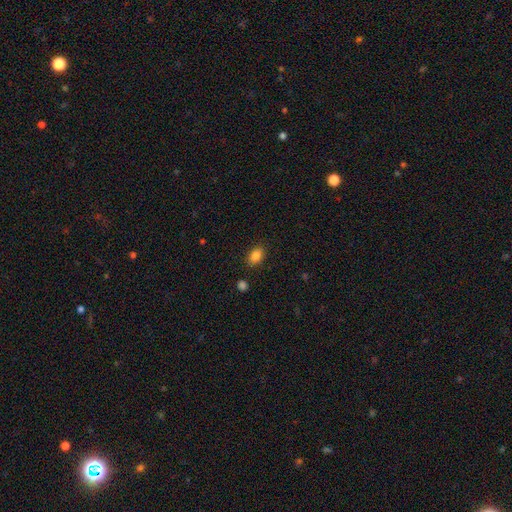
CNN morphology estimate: This appears to be a smooth galaxy with no disk features (85%) that is in between round and cigar-shaped (84%). Merging: none (86%).